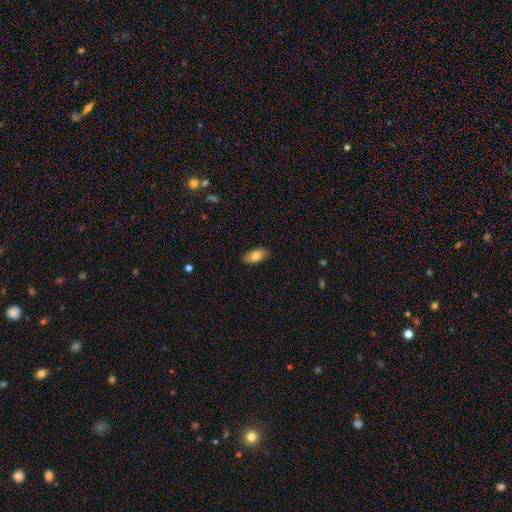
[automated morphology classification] Overall: smooth (82%). How rounded: in between (90%). Merging: none (89%).